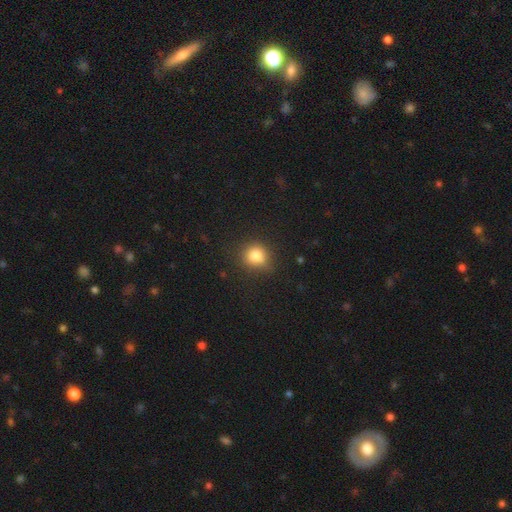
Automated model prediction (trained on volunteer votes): smooth_or_featured: smooth (p=0.81) [alt: star or artifact p=0.12]
how_rounded: round (p=0.81) [alt: in between p=0.18]
merging: none (p=0.72) [alt: minor disturbance p=0.20]